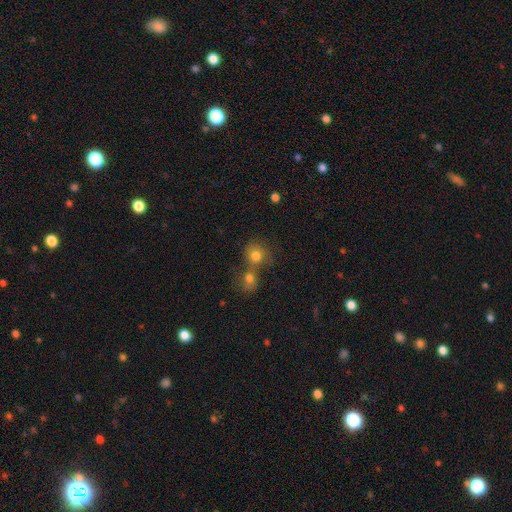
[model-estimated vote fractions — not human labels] smooth-or-featured: smooth: 78% | star or artifact: 12% | featured or disk: 11%
  how-rounded: round: 78% | in between: 21% | cigar-shaped: 1%
  merging: merger: 55% | none: 34% | minor disturbance: 7% | major disturbance: 4%